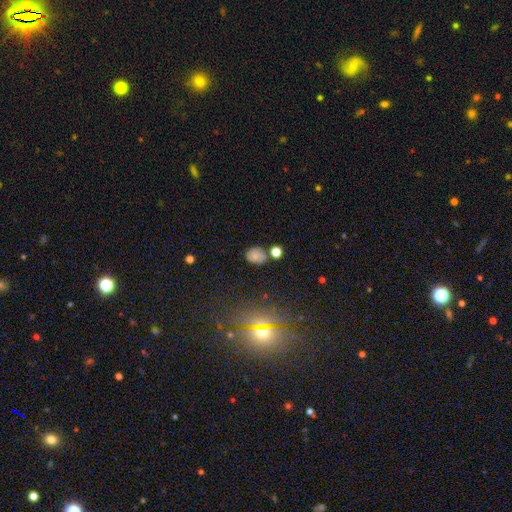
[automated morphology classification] This is likely a smooth galaxy (69%). How rounded: possibly round (58%). Merging: likely none (66%).